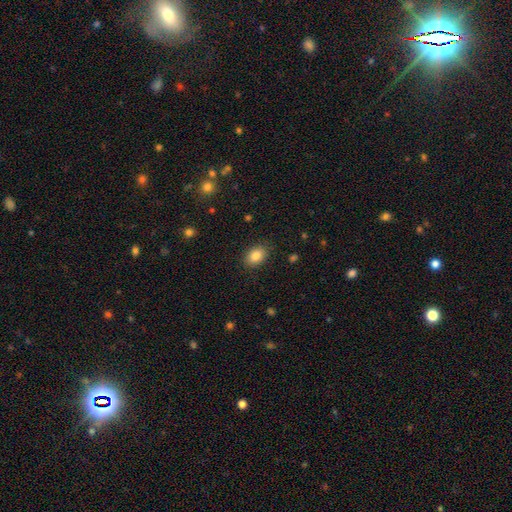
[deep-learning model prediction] This is clearly a smooth galaxy (85%). How rounded: likely in between (77%). Merging: clearly none (87%).